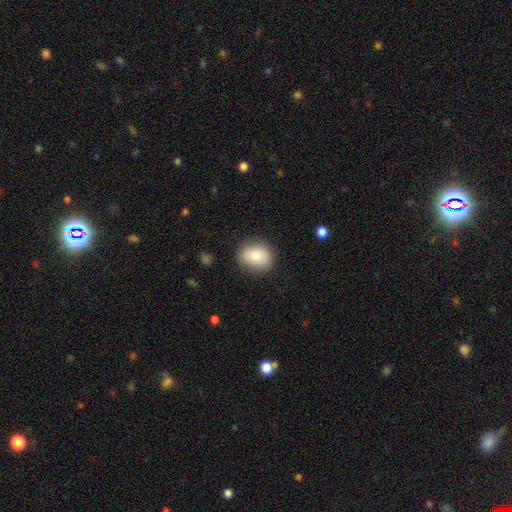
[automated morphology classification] The model was most divided on "how rounded": round: 56%, in between: 43%, cigar-shaped: 1%. More confident: merging — none (83%); smooth or featured — smooth (83%).